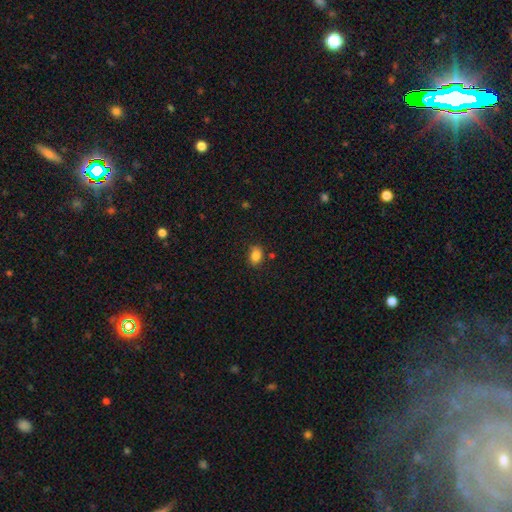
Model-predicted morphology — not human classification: smooth-or-featured: smooth: 85% | star or artifact: 10% | featured or disk: 5%
  how-rounded: in between: 66% | round: 32% | cigar-shaped: 1%
  merging: none: 79% | minor disturbance: 14% | merger: 3% | major disturbance: 3%